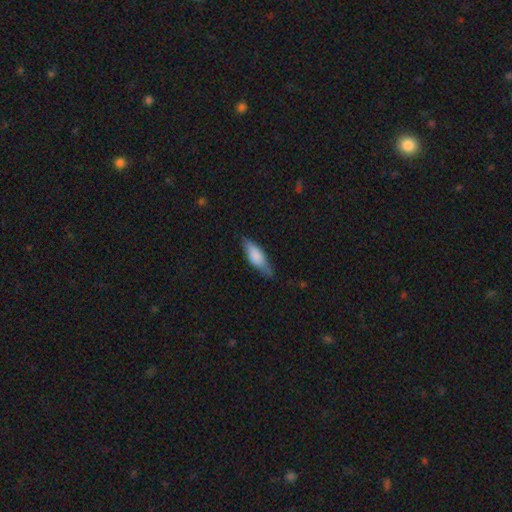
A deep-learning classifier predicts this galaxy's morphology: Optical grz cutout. It shows a smooth galaxy with no disk features (77%) that is in between round and cigar-shaped (64%). Merging: none (68%).